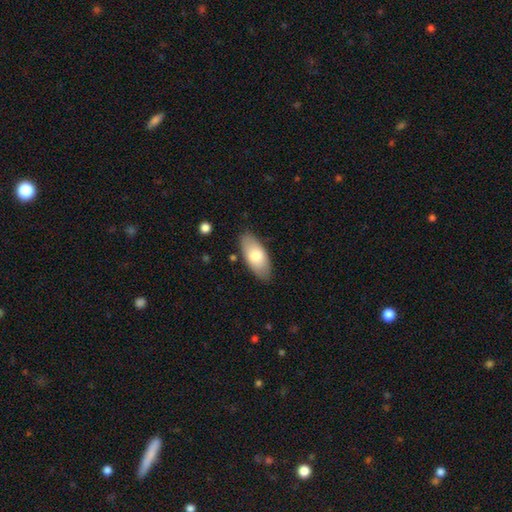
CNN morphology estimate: Q: Smooth or featured?
A: smooth (74%); runner-up: featured or disk (20%)
Q: How rounded?
A: in between (90%); runner-up: cigar-shaped (8%)
Q: Merging?
A: none (84%); runner-up: minor disturbance (12%)